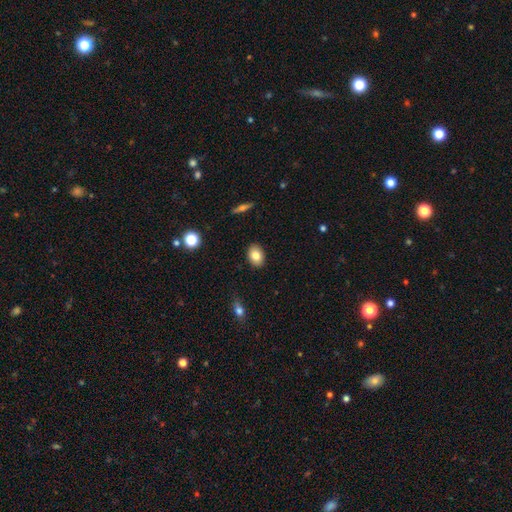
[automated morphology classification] A smooth galaxy with no disk features (82%) that is in between round and cigar-shaped (73%). Merging: none (89%).